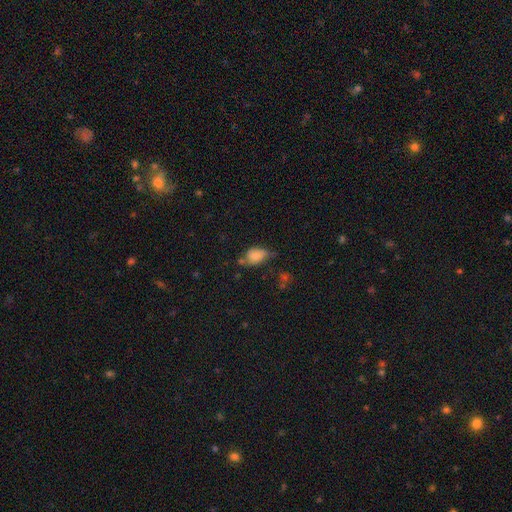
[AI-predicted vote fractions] smooth 78%, featured or disk 12%, star or artifact 10%. Down the decision tree: how rounded — in between (82%); merging — none (39%).